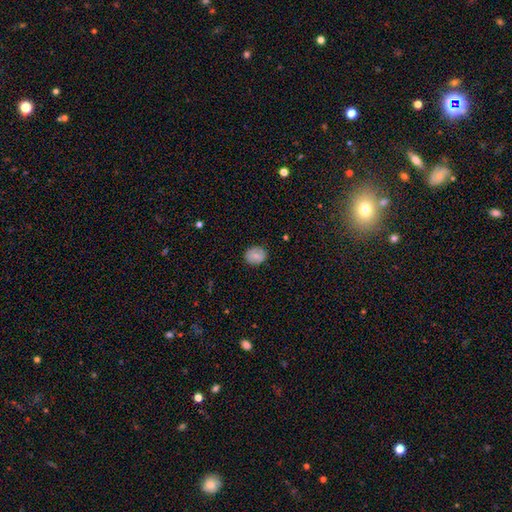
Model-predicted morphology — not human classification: Smooth or featured?
  - smooth: 70% *
  - featured or disk: 21%
  - star or artifact: 8%
How rounded?
  - round: 60% *
  - in between: 39%
  - cigar-shaped: 1%
Merging?
  - none: 84% *
  - minor disturbance: 12%
  - major disturbance: 3%
  - merger: 1%